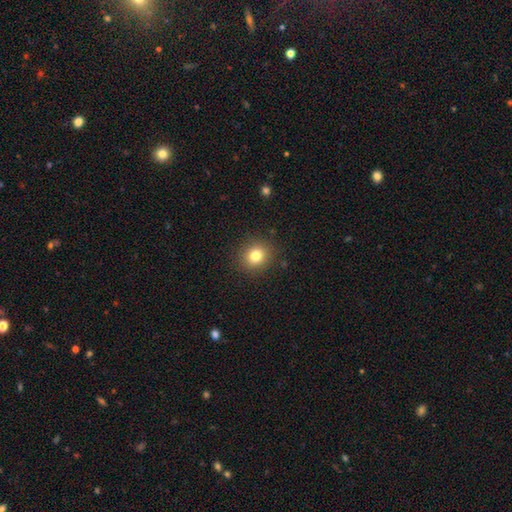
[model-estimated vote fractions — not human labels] A smooth galaxy with no disk features (80%) that is round (82%).

Vote fractions:
- Smooth or featured? smooth: 80% / star or artifact: 12% / featured or disk: 8%
- How rounded? round: 82% / in between: 17% / cigar-shaped: 1%
- Merging? none: 88% / minor disturbance: 8% / major disturbance: 3% / merger: 1%